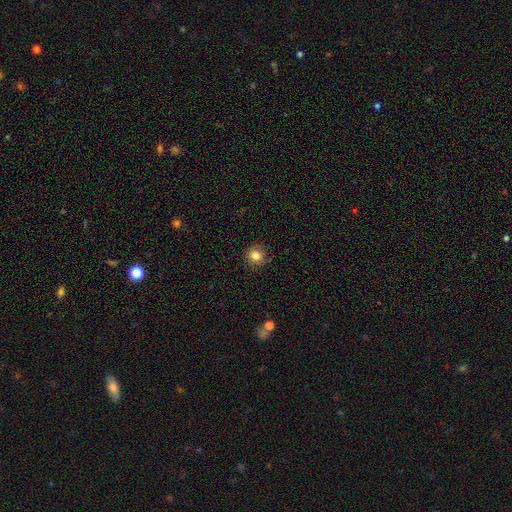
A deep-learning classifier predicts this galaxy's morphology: A smooth galaxy with no disk features (83%) that is round (92%). Merging: none (90%).